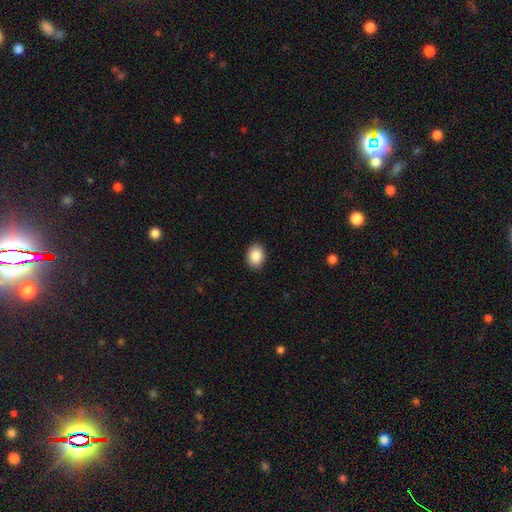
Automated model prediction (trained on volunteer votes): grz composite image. It shows a smooth galaxy with no disk features (88%) that is in between round and cigar-shaped (70%). Merging: none (90%).